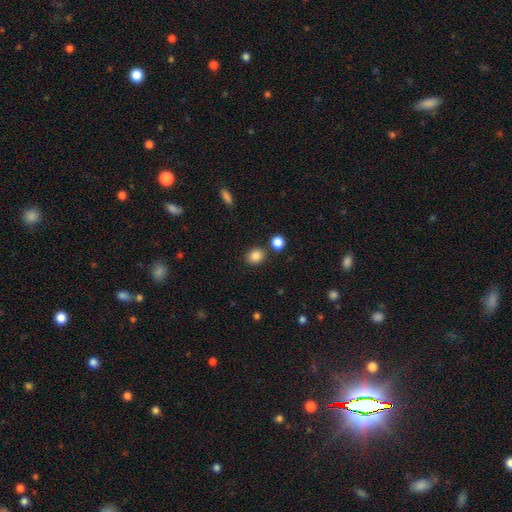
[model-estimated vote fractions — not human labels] A smooth galaxy with no disk features (86%) that is round (65%).

Vote fractions:
- Smooth or featured? smooth: 86% / star or artifact: 10% / featured or disk: 4%
- How rounded? round: 65% / in between: 34% / cigar-shaped: 1%
- Merging? none: 78% / merger: 10% / minor disturbance: 9% / major disturbance: 3%